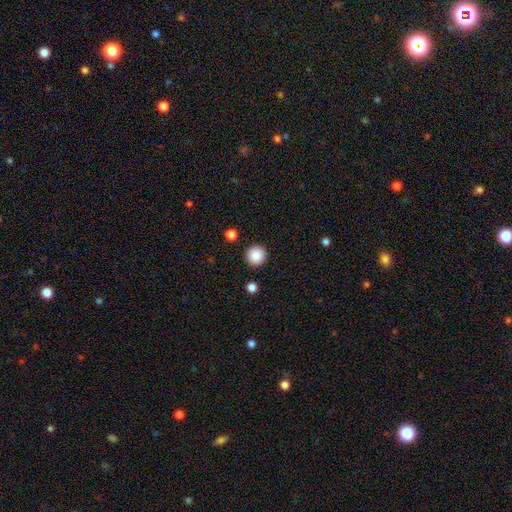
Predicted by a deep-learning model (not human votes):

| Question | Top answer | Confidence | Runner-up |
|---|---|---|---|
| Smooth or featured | smooth | 87% | star or artifact (9%) |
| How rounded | round | 96% | in between (3%) |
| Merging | none | 91% | minor disturbance (5%) |